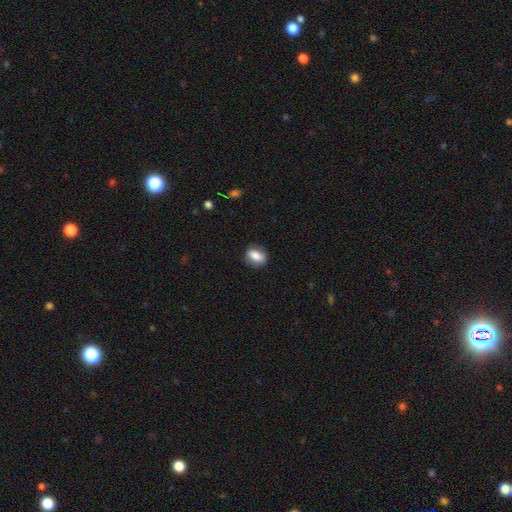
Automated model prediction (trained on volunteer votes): A smooth galaxy with no disk features (77%) that is in between round and cigar-shaped (72%).

Vote fractions:
- Smooth or featured? smooth: 77% / featured or disk: 15% / star or artifact: 8%
- How rounded? in between: 72% / round: 23% / cigar-shaped: 4%
- Merging? none: 81% / minor disturbance: 14% / major disturbance: 4% / merger: 1%